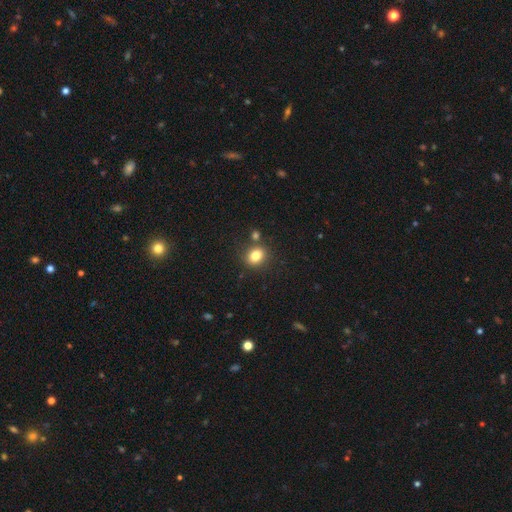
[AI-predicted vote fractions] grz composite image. It shows a smooth galaxy with no disk features (82%) that is round (55%). Merging: none (78%).